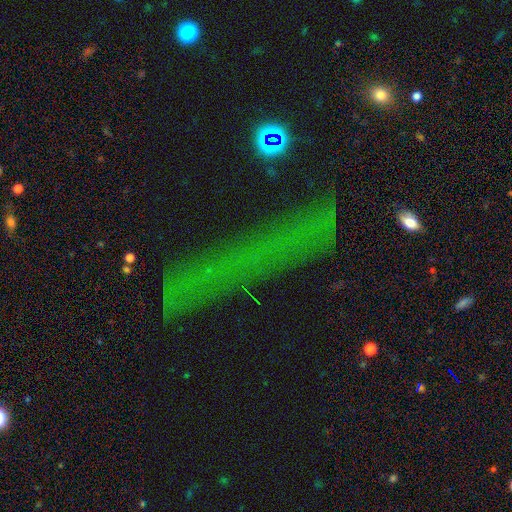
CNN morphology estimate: This appears to be a star or artifact, not a galaxy (56%).